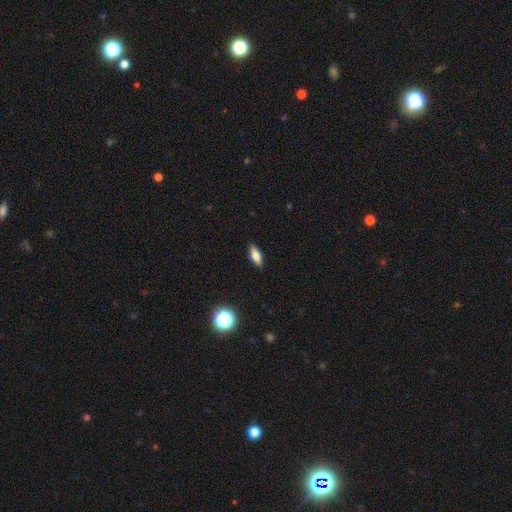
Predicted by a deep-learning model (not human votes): The model was most divided on "how rounded": in between: 69%, cigar-shaped: 28%, round: 3%. More confident: merging — none (89%); smooth or featured — smooth (72%).